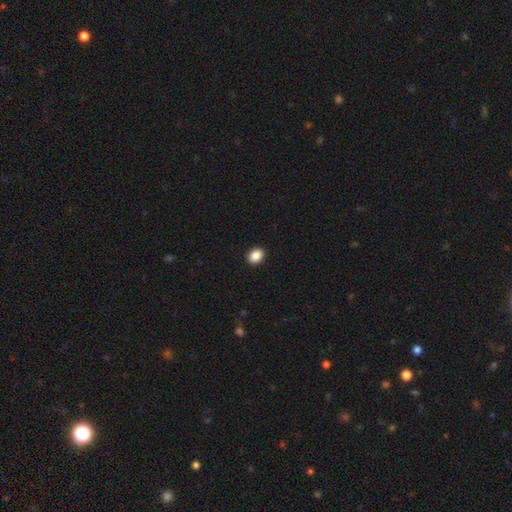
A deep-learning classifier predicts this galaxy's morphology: Q: Smooth or featured?
A: smooth (89%); runner-up: star or artifact (8%)
Q: How rounded?
A: in between (56%); runner-up: round (43%)
Q: Merging?
A: none (92%); runner-up: minor disturbance (5%)